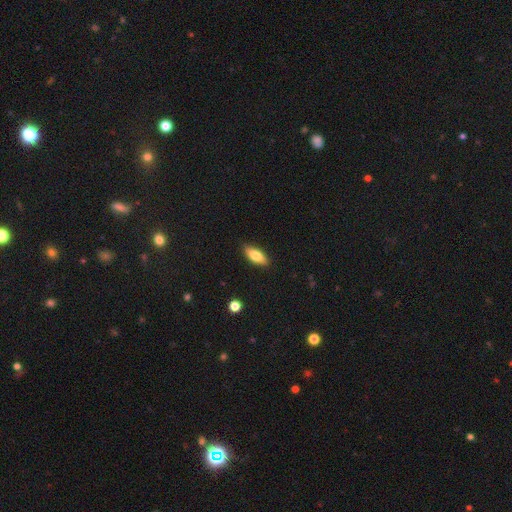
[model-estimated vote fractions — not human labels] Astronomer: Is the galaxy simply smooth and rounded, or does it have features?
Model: smooth — 77%.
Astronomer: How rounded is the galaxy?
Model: in between — 75%.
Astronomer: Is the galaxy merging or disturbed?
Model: none — 89%.